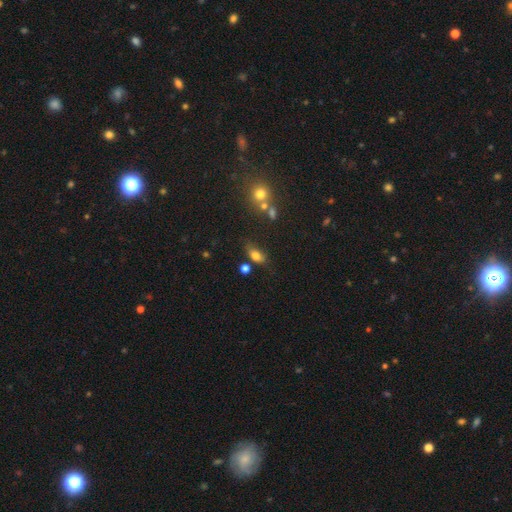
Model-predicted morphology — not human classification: A smooth galaxy with no disk features (75%) that is in between round and cigar-shaped (80%). Merging: none (56%).